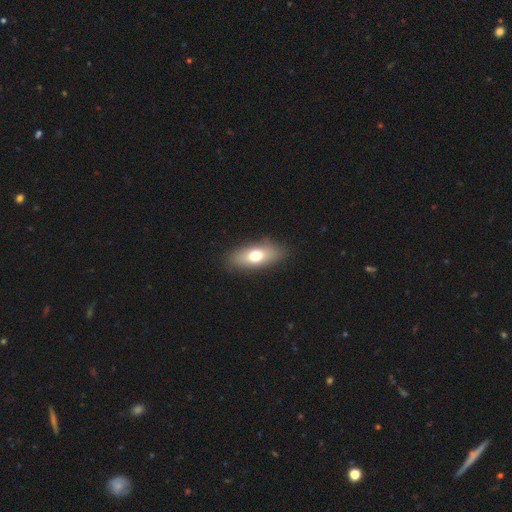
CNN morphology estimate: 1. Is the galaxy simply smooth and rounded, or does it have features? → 67% smooth, 25% featured or disk, 8% star or artifact.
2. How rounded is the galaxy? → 78% in between, 16% cigar-shaped, 6% round.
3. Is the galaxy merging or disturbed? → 86% none, 10% minor disturbance, 3% major disturbance, 1% merger.